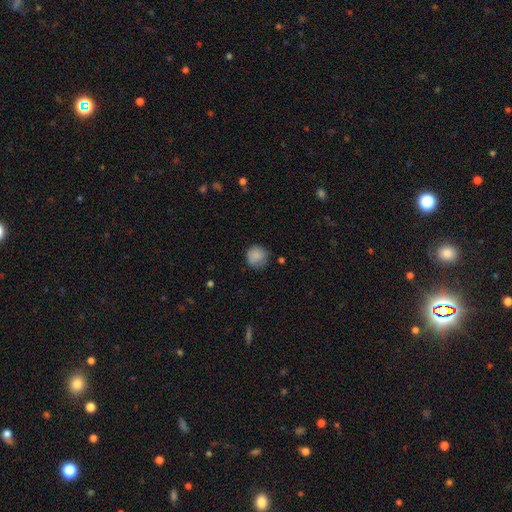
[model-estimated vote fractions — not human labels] Smooth or featured? smooth (86%)
How rounded? round (91%)
Merging? none (75%)